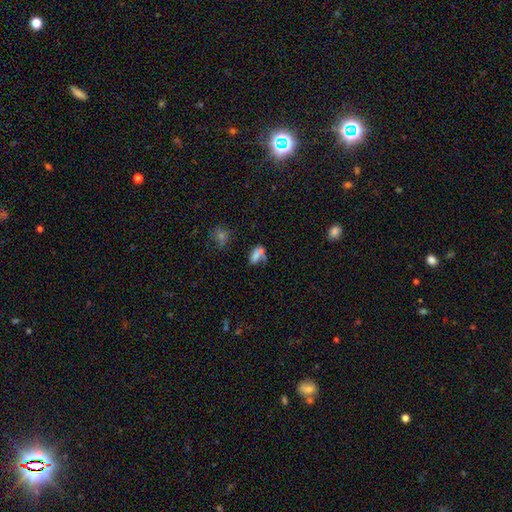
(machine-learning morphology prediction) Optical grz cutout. It shows a smooth galaxy with no disk features (68%) that is in between round and cigar-shaped (80%). Merging: none (35%, tied with merger).